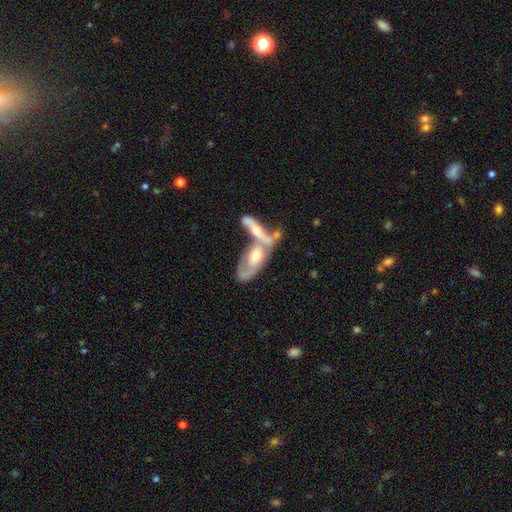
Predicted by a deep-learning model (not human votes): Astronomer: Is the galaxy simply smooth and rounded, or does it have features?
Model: featured or disk — 65%.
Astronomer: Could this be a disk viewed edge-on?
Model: no — 75%.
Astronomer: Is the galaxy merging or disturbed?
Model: merger — 68%.